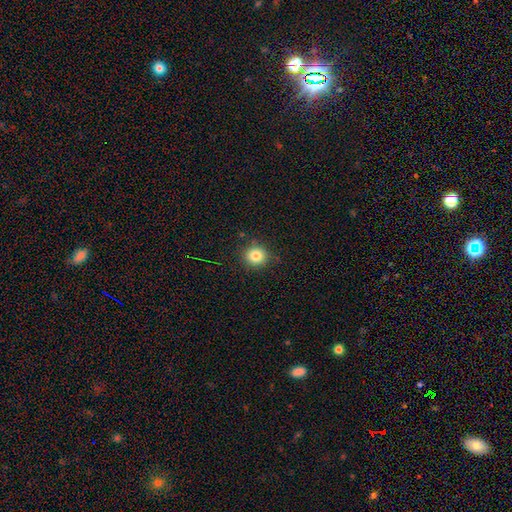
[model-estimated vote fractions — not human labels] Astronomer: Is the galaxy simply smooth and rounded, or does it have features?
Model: smooth — 82%.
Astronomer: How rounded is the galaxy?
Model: round — 88%.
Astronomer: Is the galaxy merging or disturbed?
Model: none — 87%.